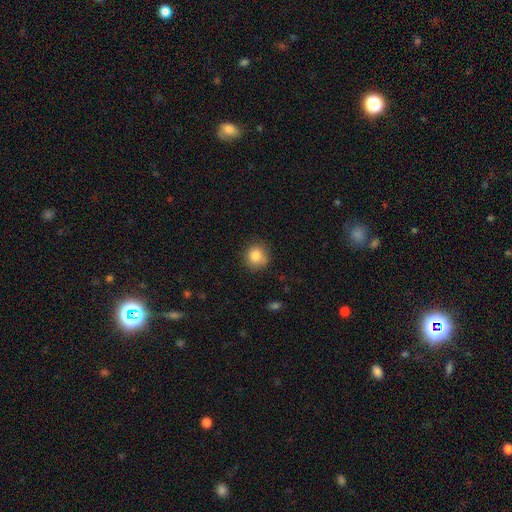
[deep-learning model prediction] Overall: smooth (83%). How rounded: round (88%). Merging: none (79%).